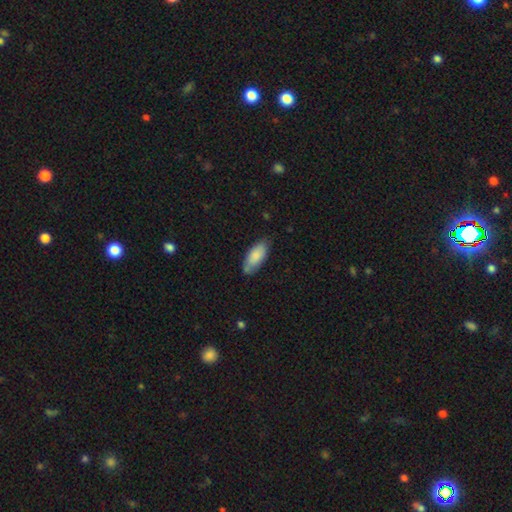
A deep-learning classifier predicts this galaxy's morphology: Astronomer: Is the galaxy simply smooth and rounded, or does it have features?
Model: smooth — 82%.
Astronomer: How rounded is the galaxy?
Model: in between — 86%.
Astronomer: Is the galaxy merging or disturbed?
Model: none — 70%.